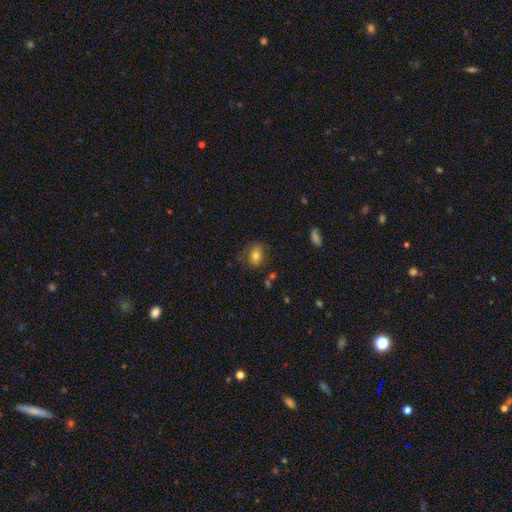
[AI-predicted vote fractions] smooth-or-featured: smooth: 76% | featured or disk: 14% | star or artifact: 11%
  how-rounded: in between: 57% | round: 42% | cigar-shaped: 1%
  merging: none: 72% | minor disturbance: 18% | major disturbance: 6% | merger: 3%